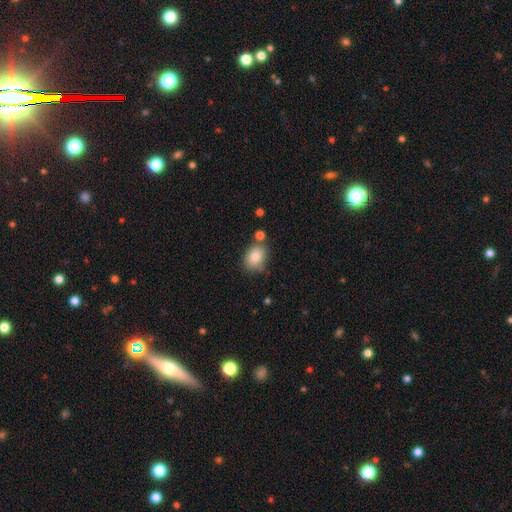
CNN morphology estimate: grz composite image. It shows a smooth galaxy with no disk features (83%) that is in between round and cigar-shaped (69%). Merging: none (71%).